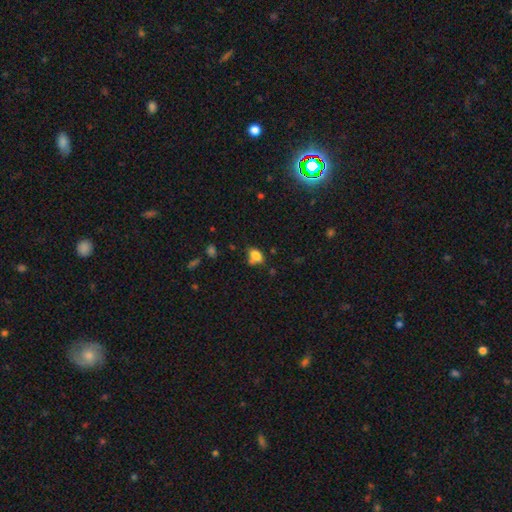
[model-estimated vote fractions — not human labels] smooth 80%, star or artifact 11%, featured or disk 9%. Down the decision tree: how rounded — in between (77%); merging — none (55%).